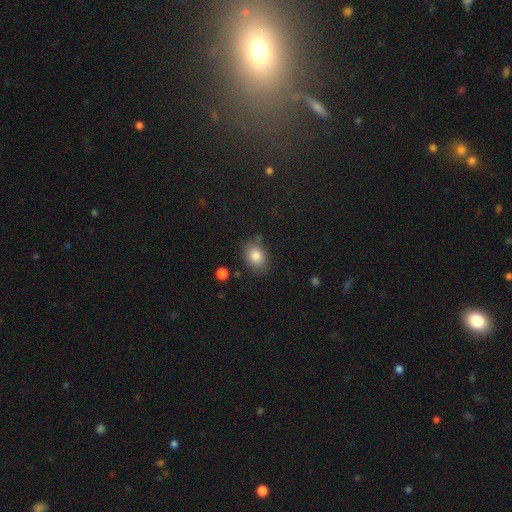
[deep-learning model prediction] smooth 83%, star or artifact 9%, featured or disk 7%. Down the decision tree: how rounded — in between (67%); merging — none (78%).